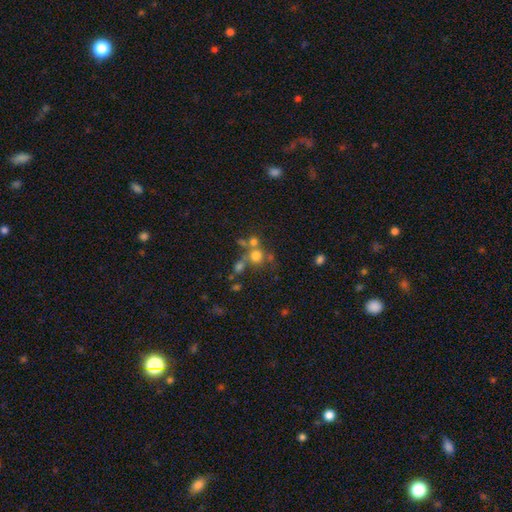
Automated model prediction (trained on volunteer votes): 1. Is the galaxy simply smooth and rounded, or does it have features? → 64% smooth, 20% star or artifact, 16% featured or disk.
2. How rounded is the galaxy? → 88% round, 11% in between, 1% cigar-shaped.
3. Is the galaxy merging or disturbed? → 51% none, 34% merger, 8% minor disturbance, 6% major disturbance.